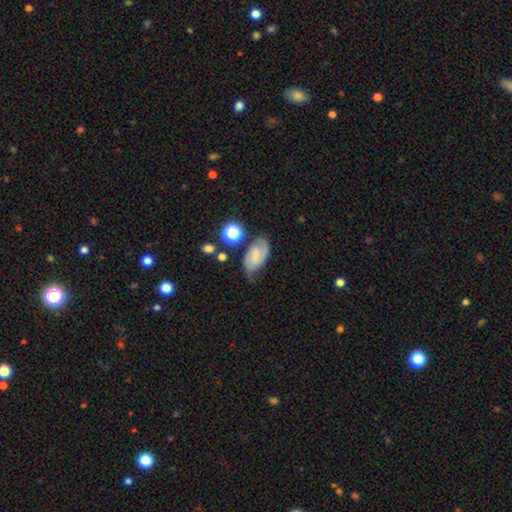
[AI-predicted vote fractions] Morphology: type=featured or disk (64%); edge-on=no (96%); bar=weak (44%); spiral arms=yes (93%); winding=medium (48%); arm count=2 (82%); bulge=small (45%); merging=none (60%).